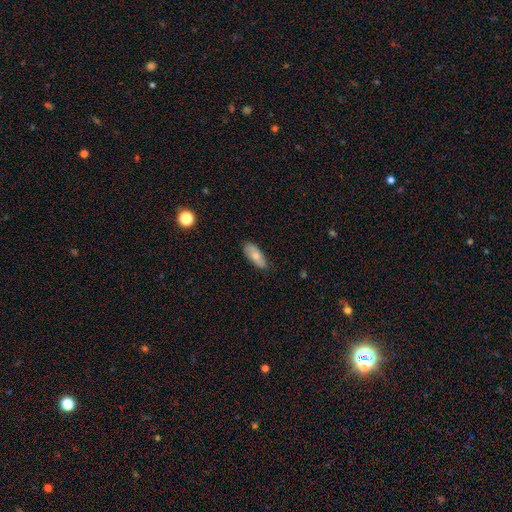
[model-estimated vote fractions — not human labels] This appears to be a smooth galaxy with no disk features (68%) that is in between round and cigar-shaped (81%). Merging: none (81%).